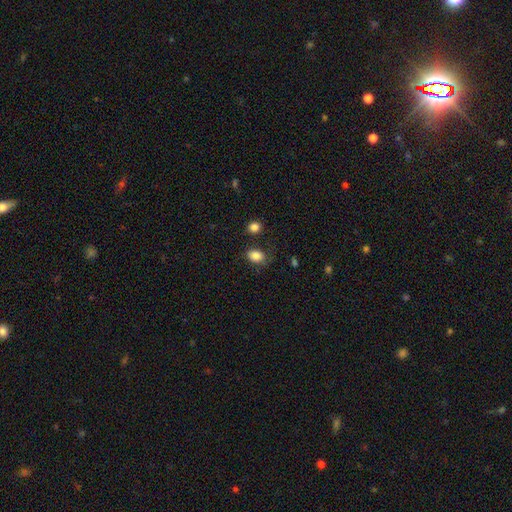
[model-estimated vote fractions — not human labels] Smooth or featured? smooth (85%)
How rounded? in between (69%)
Merging? none (75%)